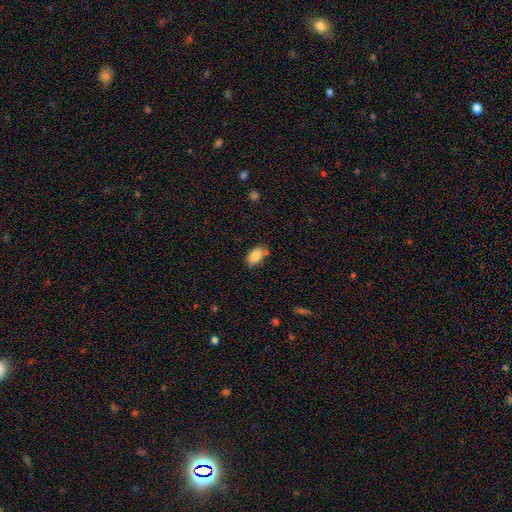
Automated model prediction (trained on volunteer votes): This is clearly a smooth galaxy (85%). How rounded: clearly in between (90%). Merging: likely none (61%).